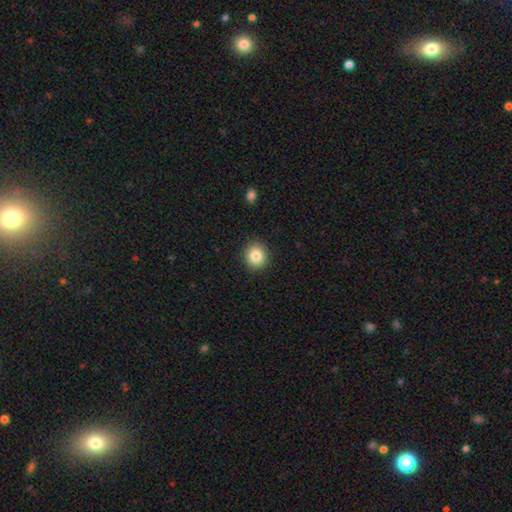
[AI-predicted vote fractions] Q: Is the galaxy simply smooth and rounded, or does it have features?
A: smooth — 85%.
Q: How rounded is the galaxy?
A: round — 83%.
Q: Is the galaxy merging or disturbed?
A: none — 91%.